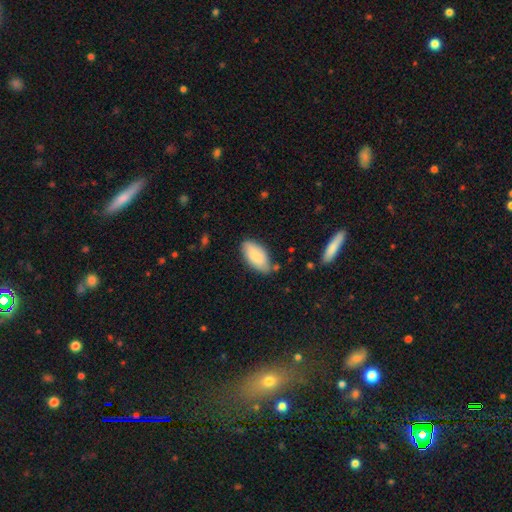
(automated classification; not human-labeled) Q: Smooth or featured?
A: smooth (84%); runner-up: featured or disk (10%)
Q: How rounded?
A: in between (92%); runner-up: cigar-shaped (6%)
Q: Merging?
A: none (73%); runner-up: minor disturbance (20%)